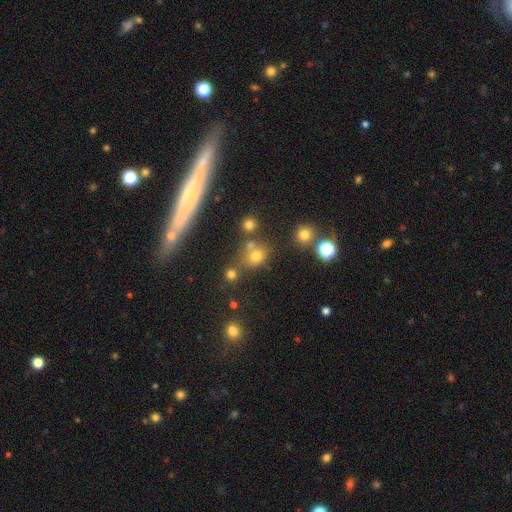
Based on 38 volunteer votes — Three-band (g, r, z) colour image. It shows a smooth galaxy with no disk features (63%) that is round (58%). Merging: none (74%).